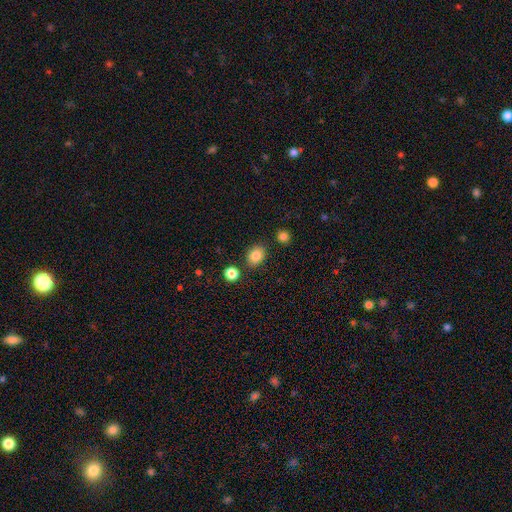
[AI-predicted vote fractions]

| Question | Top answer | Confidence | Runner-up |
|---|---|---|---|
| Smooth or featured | smooth | 84% | star or artifact (10%) |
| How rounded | in between | 63% | round (36%) |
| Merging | none | 84% | minor disturbance (9%) |